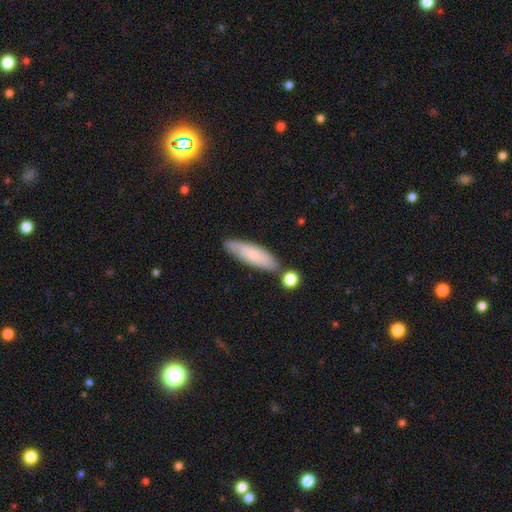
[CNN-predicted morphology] Smooth or featured? Predicted: smooth (p=0.68). How rounded? Predicted: cigar-shaped (p=0.57). Merging? Predicted: none (p=0.69).